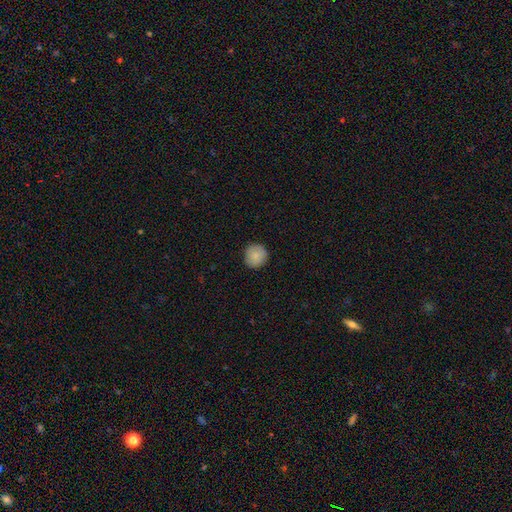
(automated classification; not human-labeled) smooth_or_featured: smooth (p=0.86) [alt: star or artifact p=0.07]
how_rounded: round (p=0.94) [alt: in between p=0.05]
merging: none (p=0.90) [alt: minor disturbance p=0.07]